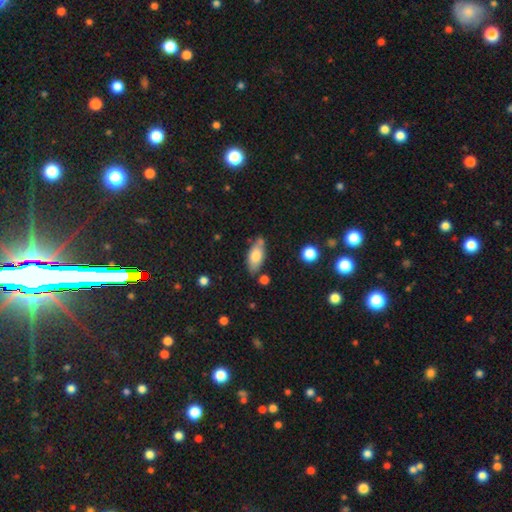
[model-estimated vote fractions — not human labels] Smooth or featured?
  - smooth: 73% *
  - featured or disk: 20%
  - star or artifact: 7%
How rounded?
  - in between: 85% *
  - cigar-shaped: 12%
  - round: 3%
Merging?
  - none: 68% *
  - minor disturbance: 19%
  - merger: 9%
  - major disturbance: 4%